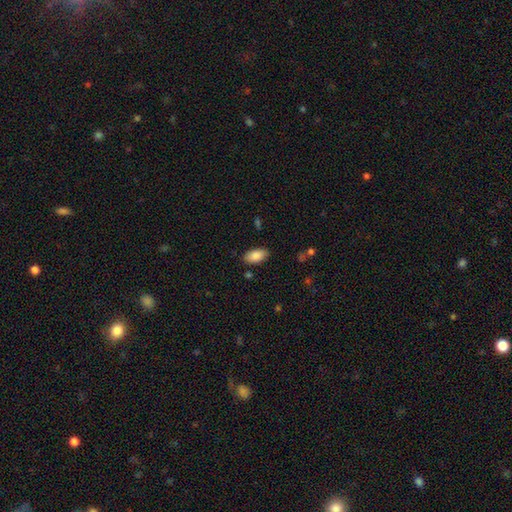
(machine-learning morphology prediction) smooth 87%, star or artifact 7%, featured or disk 6%. Down the decision tree: how rounded — in between (94%); merging — none (86%).